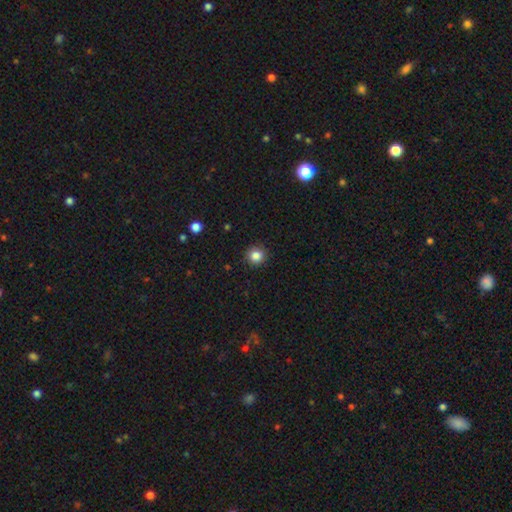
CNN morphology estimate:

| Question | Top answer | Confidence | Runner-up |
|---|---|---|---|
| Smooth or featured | smooth | 84% | star or artifact (11%) |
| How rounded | round | 93% | in between (6%) |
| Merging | none | 92% | minor disturbance (6%) |